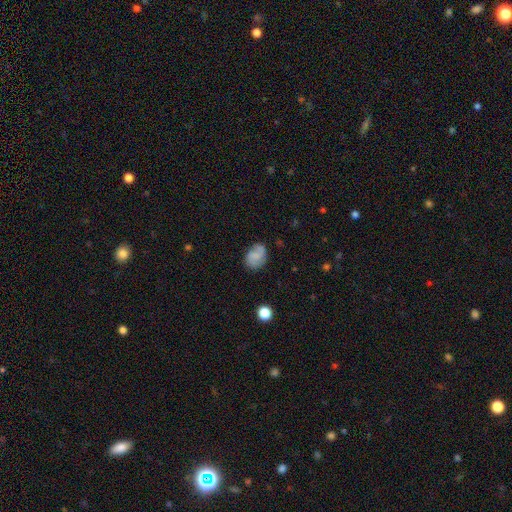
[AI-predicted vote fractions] Q: Smooth or featured?
A: smooth (56%); runner-up: featured or disk (34%)
Q: How rounded?
A: in between (67%); runner-up: round (32%)
Q: Merging?
A: none (67%); runner-up: minor disturbance (24%)